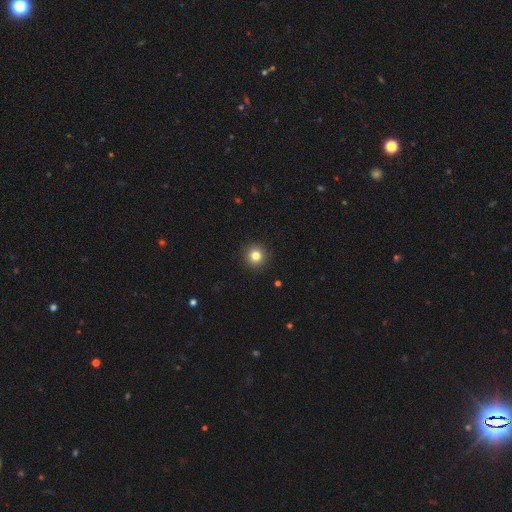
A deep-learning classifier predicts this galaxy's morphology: type=smooth (82%); roundness=round (95%); merging=none (93%).